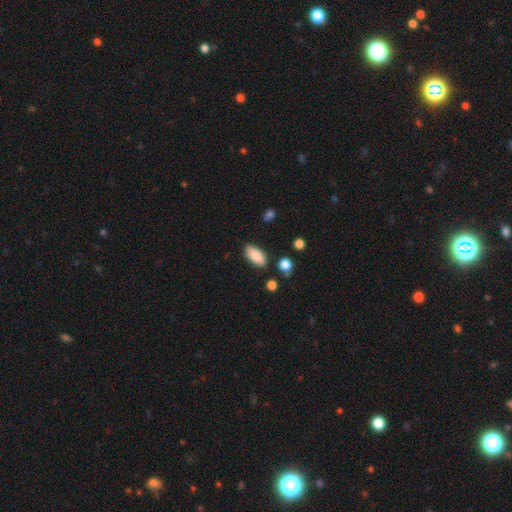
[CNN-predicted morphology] Q: Smooth or featured?
A: smooth (87%); runner-up: star or artifact (7%)
Q: How rounded?
A: in between (90%); runner-up: cigar-shaped (7%)
Q: Merging?
A: none (84%); runner-up: minor disturbance (11%)